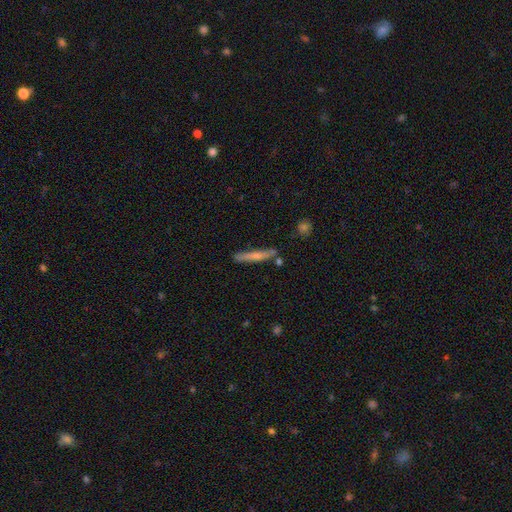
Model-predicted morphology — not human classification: This is possibly a smooth galaxy (58%). How rounded: clearly cigar-shaped (94%). Merging: likely none (78%).